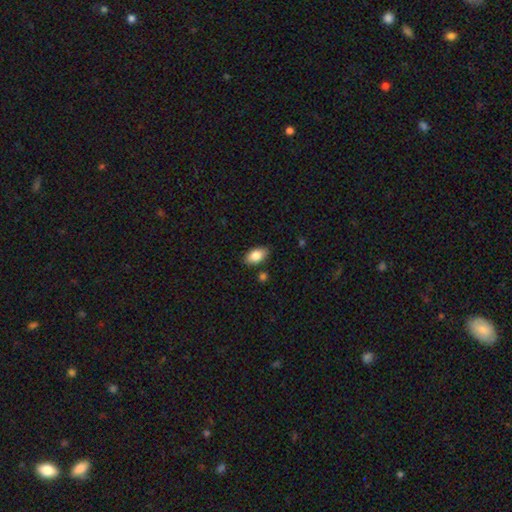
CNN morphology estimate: smooth 83%, featured or disk 10%, star or artifact 7%. Down the decision tree: how rounded — in between (92%); merging — none (84%).